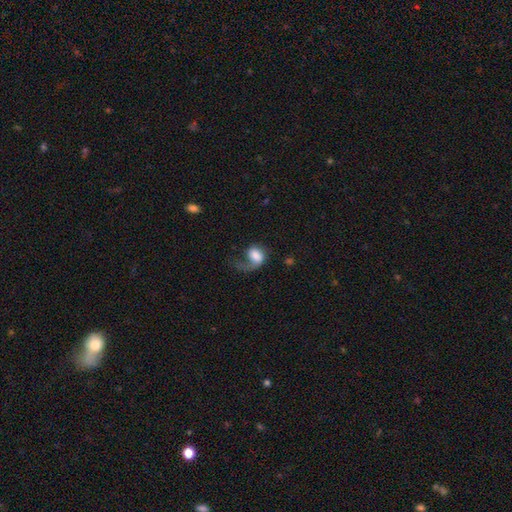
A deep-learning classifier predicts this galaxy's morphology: smooth 57%, featured or disk 34%, star or artifact 9%. Down the decision tree: how rounded — in between (60%); merging — major disturbance (56%).